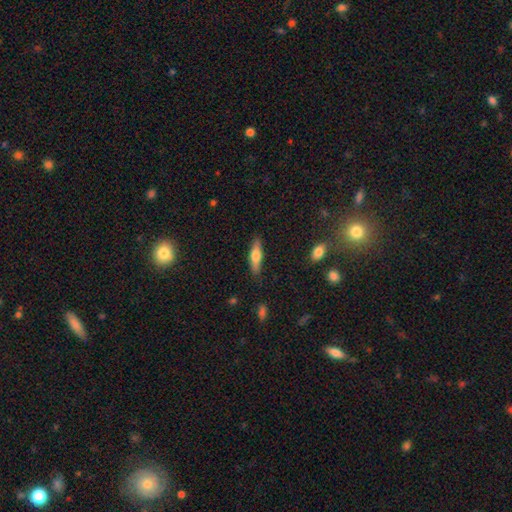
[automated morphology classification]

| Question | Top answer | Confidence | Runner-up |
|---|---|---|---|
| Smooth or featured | smooth | 58% | featured or disk (36%) |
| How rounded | cigar-shaped | 68% | in between (30%) |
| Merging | none | 87% | minor disturbance (10%) |